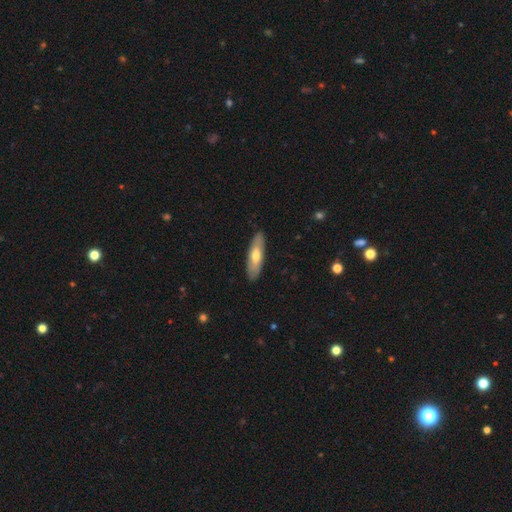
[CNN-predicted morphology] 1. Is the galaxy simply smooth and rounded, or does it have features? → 59% smooth, 36% featured or disk, 5% star or artifact.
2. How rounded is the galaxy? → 53% cigar-shaped, 46% in between, 2% round.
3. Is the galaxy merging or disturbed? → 88% none, 9% minor disturbance, 2% major disturbance, 1% merger.